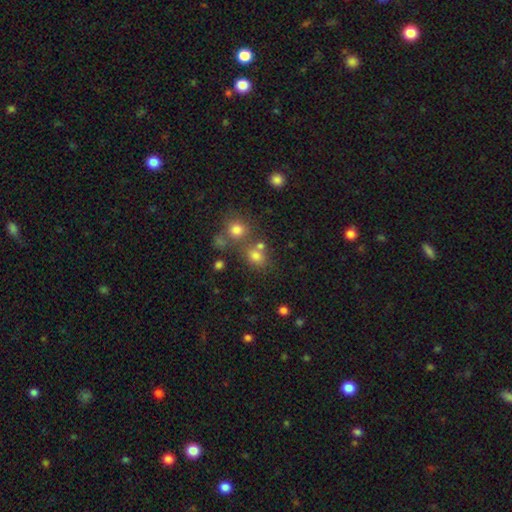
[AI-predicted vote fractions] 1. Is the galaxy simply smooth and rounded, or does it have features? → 73% smooth, 17% star or artifact, 10% featured or disk.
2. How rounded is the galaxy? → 53% round, 46% in between, 1% cigar-shaped.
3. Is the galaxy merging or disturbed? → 54% none, 28% merger, 12% minor disturbance, 6% major disturbance.